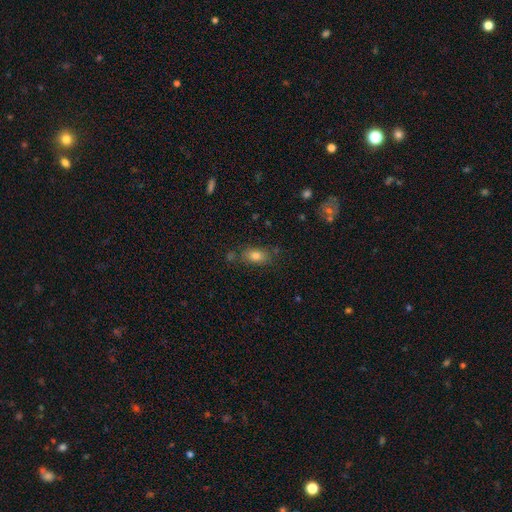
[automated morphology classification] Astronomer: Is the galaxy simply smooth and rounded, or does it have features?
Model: smooth — 80%.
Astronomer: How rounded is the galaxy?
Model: in between — 83%.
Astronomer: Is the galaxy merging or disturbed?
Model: none — 73%.